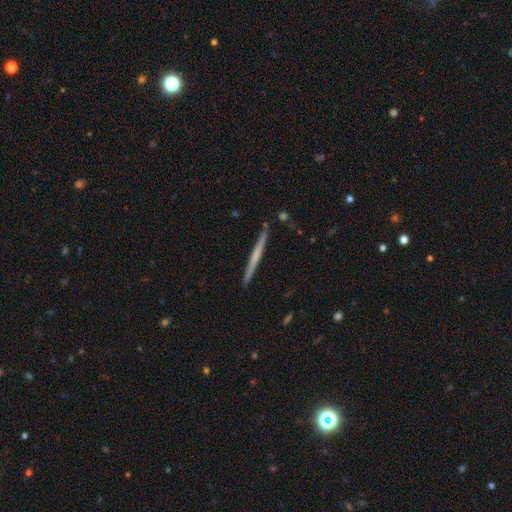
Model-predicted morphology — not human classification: A featured or disk galaxy (57%) viewed edge-on (98%) with no central bulge (72%). Merging: none (91%).